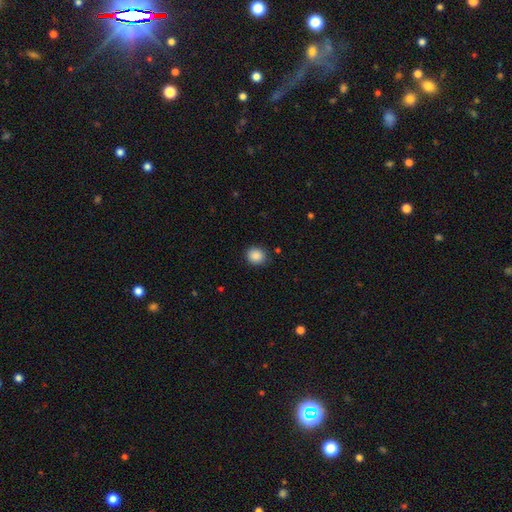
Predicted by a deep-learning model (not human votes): Smooth or featured? smooth (88%)
How rounded? round (80%)
Merging? none (87%)